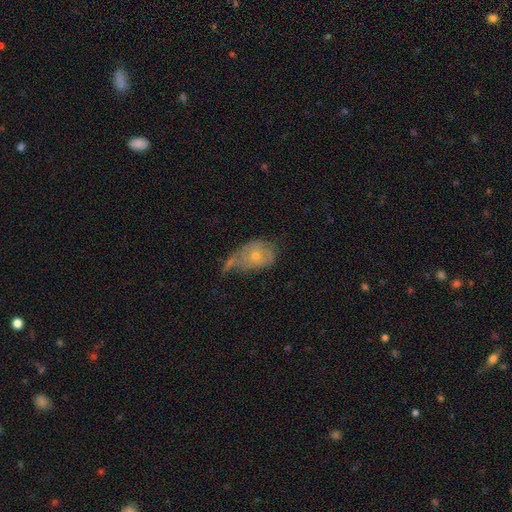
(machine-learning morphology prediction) A featured or disk galaxy (51%).

Vote fractions:
- Smooth or featured? featured or disk: 51% / smooth: 38% / star or artifact: 11%
- Edge-on disk? no: 94% / yes: 6%
- Merging? major disturbance: 32% / minor disturbance: 29% / none: 26% / merger: 14%